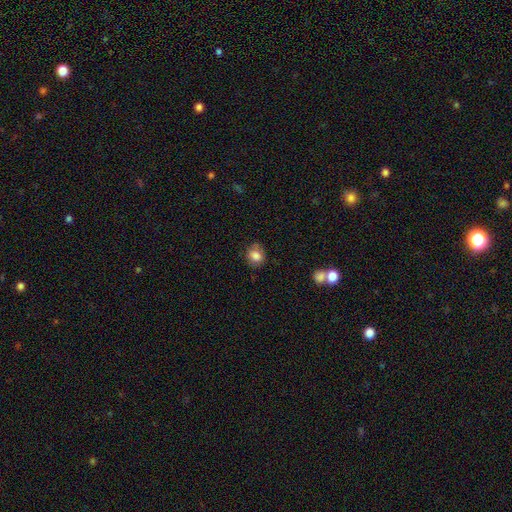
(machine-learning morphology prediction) The model was most divided on "how rounded": round: 68%, in between: 32%, cigar-shaped: 1%. More confident: smooth or featured — smooth (81%); merging — none (76%).